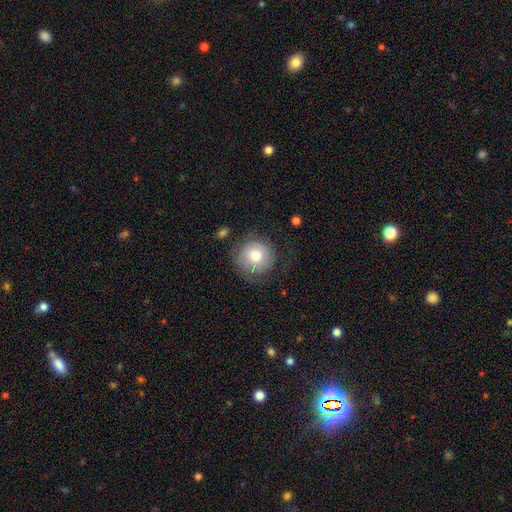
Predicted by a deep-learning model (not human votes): Smooth or featured? smooth (62%)
How rounded? round (93%)
Merging? none (67%)